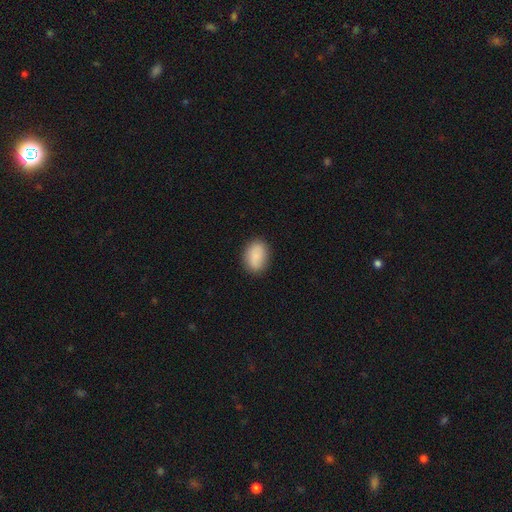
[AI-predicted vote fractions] smooth 88%, star or artifact 7%, featured or disk 5%. Down the decision tree: how rounded — in between (83%); merging — none (85%).